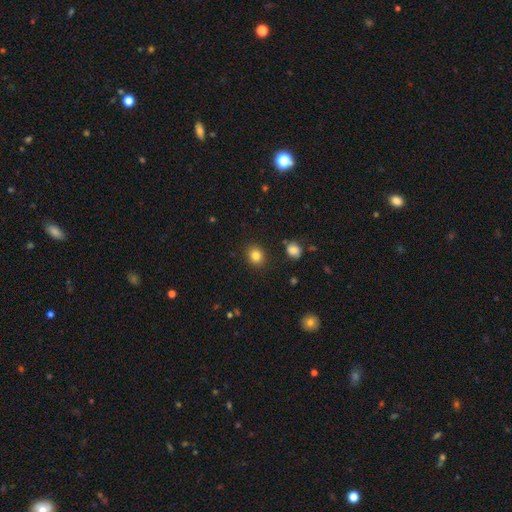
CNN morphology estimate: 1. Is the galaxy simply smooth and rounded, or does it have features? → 83% smooth, 11% star or artifact, 6% featured or disk.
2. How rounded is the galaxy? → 70% round, 29% in between, 1% cigar-shaped.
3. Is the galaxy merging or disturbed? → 89% none, 7% minor disturbance, 2% major disturbance, 2% merger.